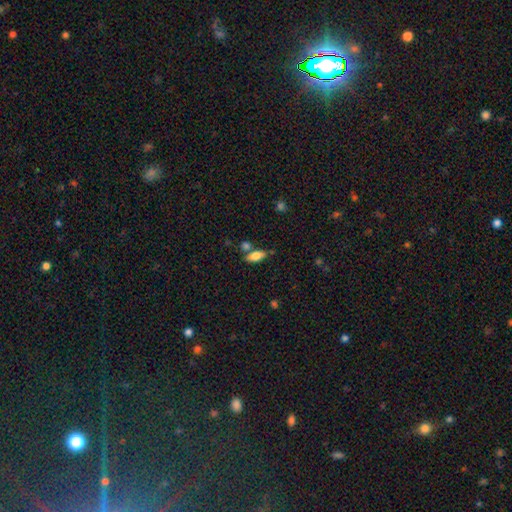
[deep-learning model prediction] Smooth or featured: smooth — 72% (featured or disk — 20%)
How rounded: in between — 81% (cigar-shaped — 16%)
Merging: none — 68% (merger — 15%)